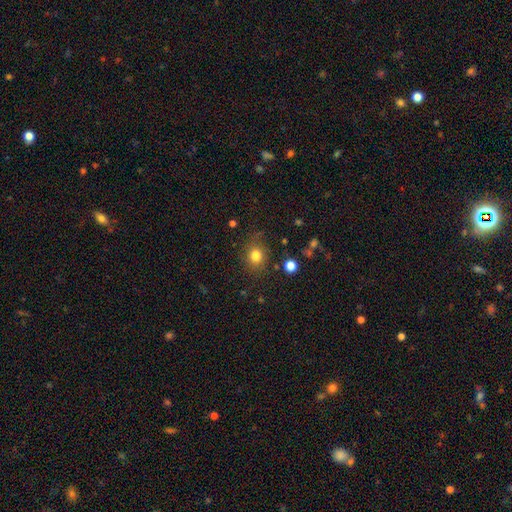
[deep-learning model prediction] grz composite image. It shows a smooth galaxy with no disk features (80%) that is round (73%). Merging: none (79%).